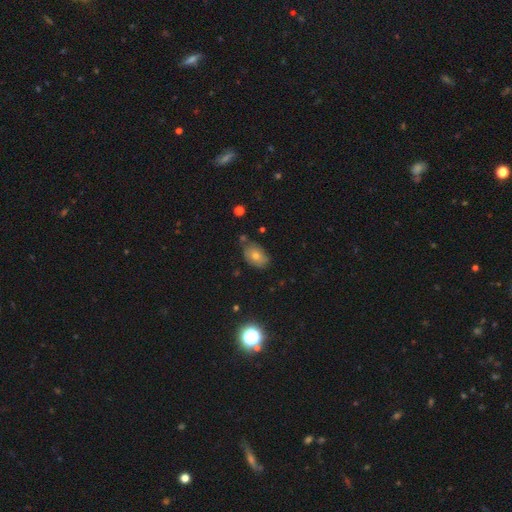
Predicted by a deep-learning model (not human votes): Overall: smooth (61%; featured or disk 23%). How rounded: in between (80%). Merging: none (67%).